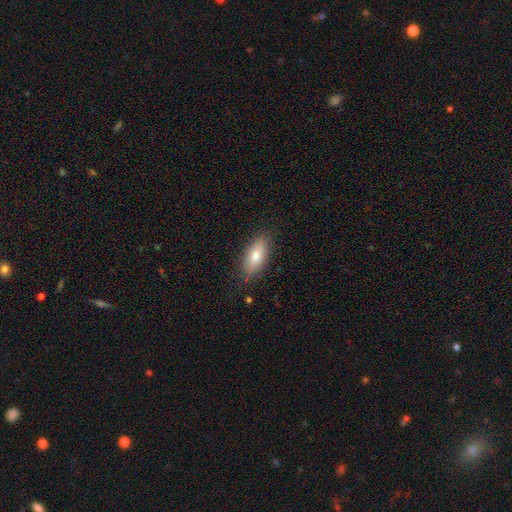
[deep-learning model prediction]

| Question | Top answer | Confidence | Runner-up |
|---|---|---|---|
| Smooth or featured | smooth | 76% | featured or disk (17%) |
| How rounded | in between | 81% | cigar-shaped (16%) |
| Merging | none | 84% | minor disturbance (12%) |